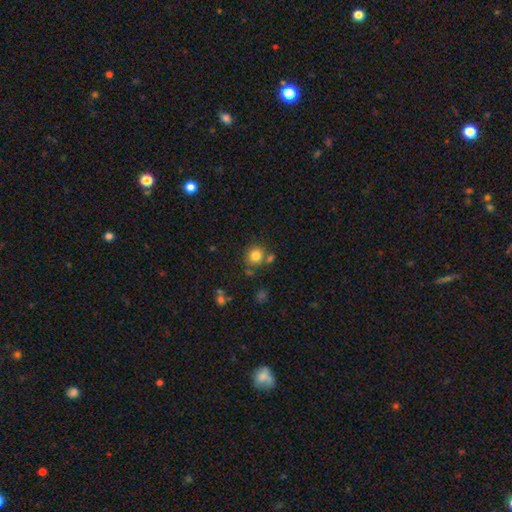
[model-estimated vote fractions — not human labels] Q: Smooth or featured?
A: smooth (81%); runner-up: star or artifact (12%)
Q: How rounded?
A: round (87%); runner-up: in between (12%)
Q: Merging?
A: none (69%); runner-up: merger (15%)